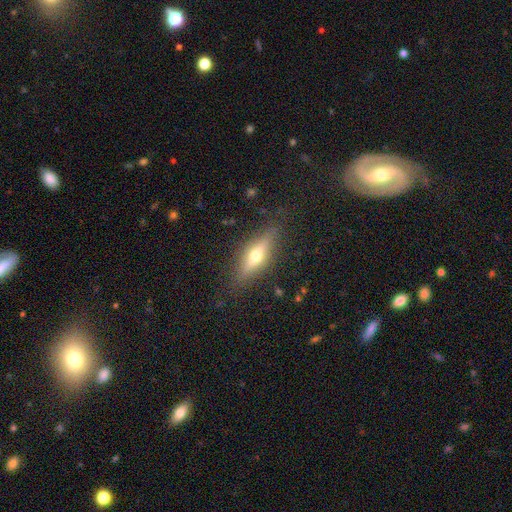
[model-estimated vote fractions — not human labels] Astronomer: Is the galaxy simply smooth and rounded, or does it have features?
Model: featured or disk — 54% (runner-up: smooth, 38%).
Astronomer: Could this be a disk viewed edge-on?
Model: yes — 89%.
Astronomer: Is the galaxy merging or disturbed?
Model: none — 84%.